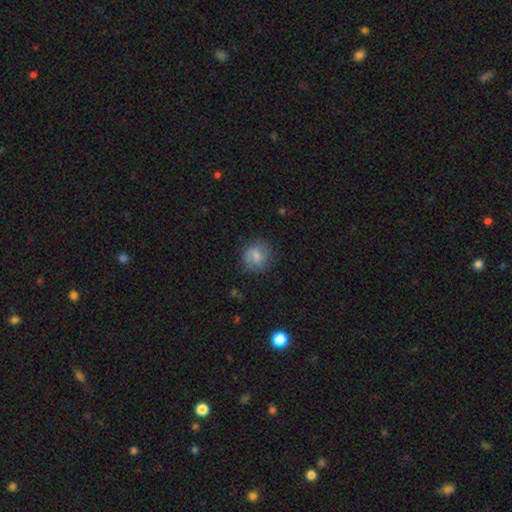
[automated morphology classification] A smooth galaxy with no disk features (62%) that is round (79%).

Vote fractions:
- Smooth or featured? smooth: 62% / featured or disk: 29% / star or artifact: 9%
- How rounded? round: 79% / in between: 20% / cigar-shaped: 1%
- Merging? none: 69% / minor disturbance: 20% / major disturbance: 9% / merger: 1%